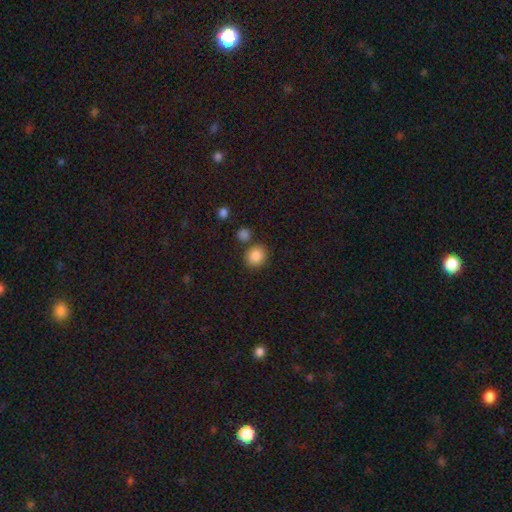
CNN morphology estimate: type=smooth (86%); roundness=round (79%); merging=none (79%).